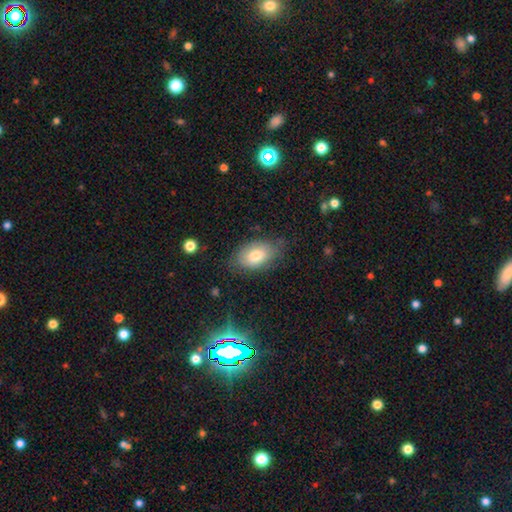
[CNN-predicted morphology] This is likely a smooth galaxy (76%). How rounded: clearly in between (88%). Merging: likely none (72%).